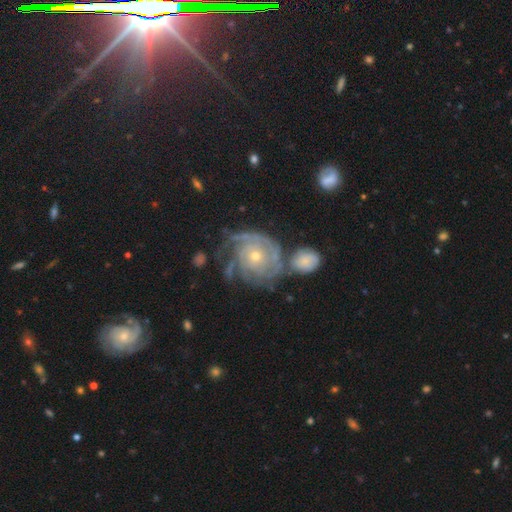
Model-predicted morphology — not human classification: type=featured or disk (89%); edge-on=no (98%); bar=no (81%); spiral arms=yes (97%); winding=tight (76%); arm count=3 (26%); bulge=small (58%); merging=none (52%).